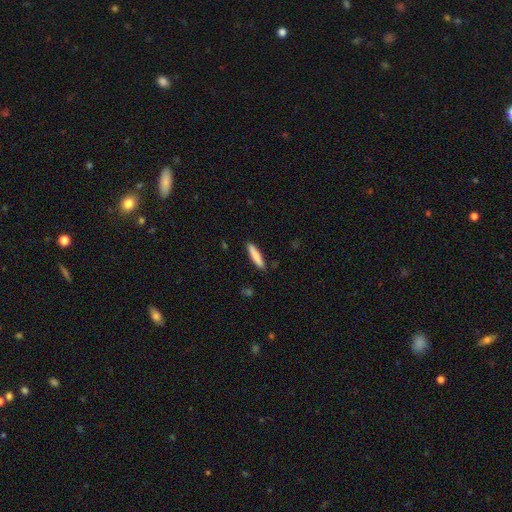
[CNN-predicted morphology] smooth-or-featured: smooth: 82% | featured or disk: 12% | star or artifact: 6%
  how-rounded: cigar-shaped: 85% | in between: 14% | round: 1%
  merging: none: 88% | minor disturbance: 9% | major disturbance: 2% | merger: 1%